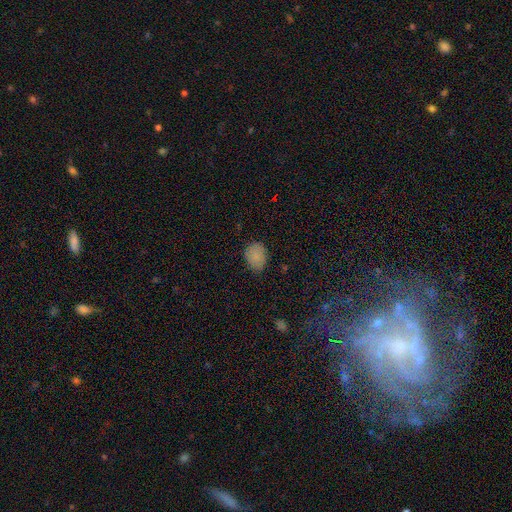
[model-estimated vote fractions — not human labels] Morphology: type=smooth (86%); roundness=in between (60%); merging=none (81%).